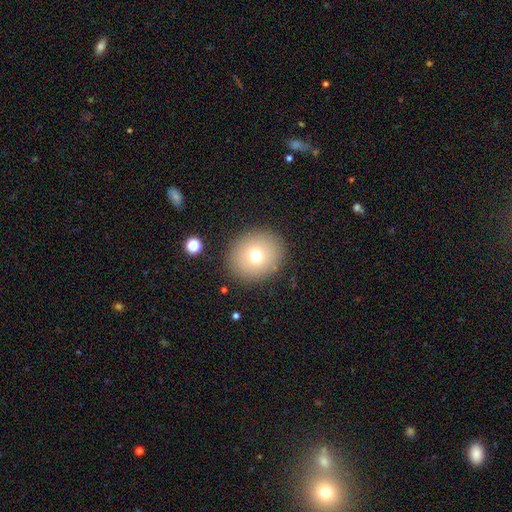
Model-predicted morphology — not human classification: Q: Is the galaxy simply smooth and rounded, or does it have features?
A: smooth — 72%.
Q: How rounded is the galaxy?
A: round — 81%.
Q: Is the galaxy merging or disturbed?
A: none — 89%.